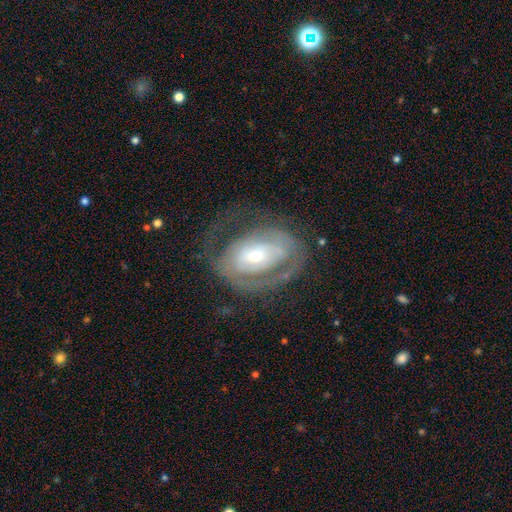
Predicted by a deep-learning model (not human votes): Overall: featured or disk (74%). Edge-on disk: no (95%). Bar: no (52%; weak 32%). Spiral arms: yes (69%; no 31%). Bulge size: moderate (48%; small 42%). Merging: none (47%; major disturbance 31%).